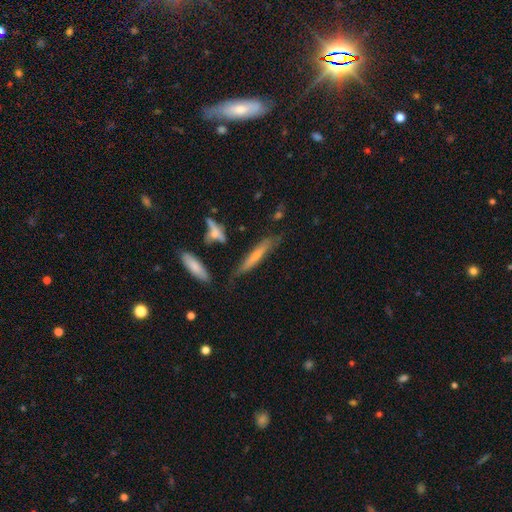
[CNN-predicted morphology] This is possibly a smooth galaxy (46%, tied with featured or disk). Merging: likely none (70%).